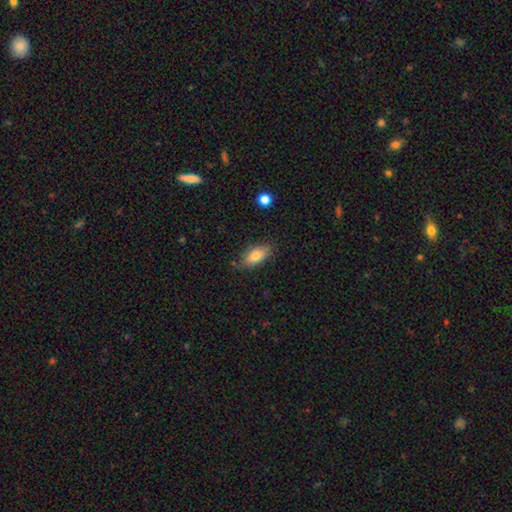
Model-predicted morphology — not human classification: The model was most divided on "merging": none: 79%, minor disturbance: 16%, major disturbance: 3%, merger: 2%. More confident: how rounded — in between (85%); smooth or featured — smooth (78%).